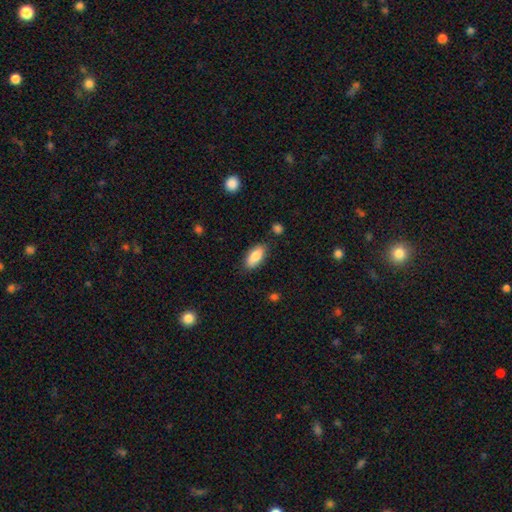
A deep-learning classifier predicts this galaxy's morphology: Smooth or featured: smooth — 82% (featured or disk — 11%)
How rounded: in between — 85% (cigar-shaped — 13%)
Merging: none — 80% (minor disturbance — 14%)